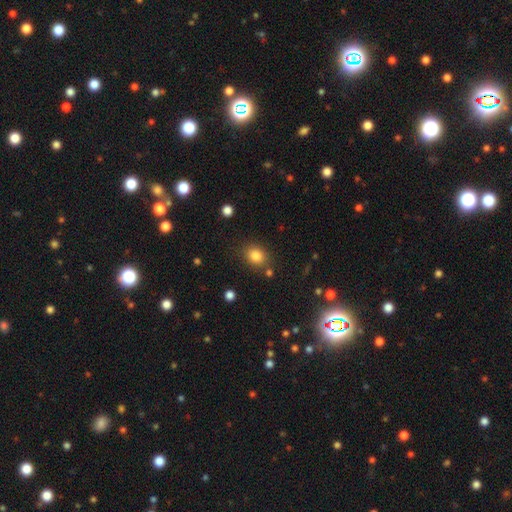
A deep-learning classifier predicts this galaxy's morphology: Smooth or featured?
  - smooth: 84% *
  - star or artifact: 11%
  - featured or disk: 6%
How rounded?
  - round: 58% *
  - in between: 41%
  - cigar-shaped: 1%
Merging?
  - none: 78% *
  - minor disturbance: 12%
  - merger: 6%
  - major disturbance: 4%